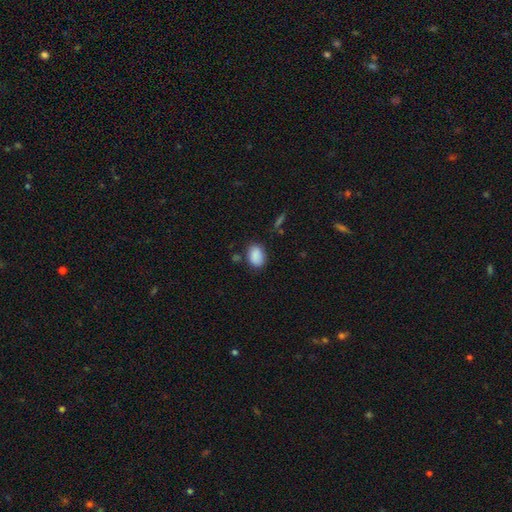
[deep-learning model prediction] A smooth galaxy with no disk features (88%) that is in between round and cigar-shaped (77%). Merging: none (75%).